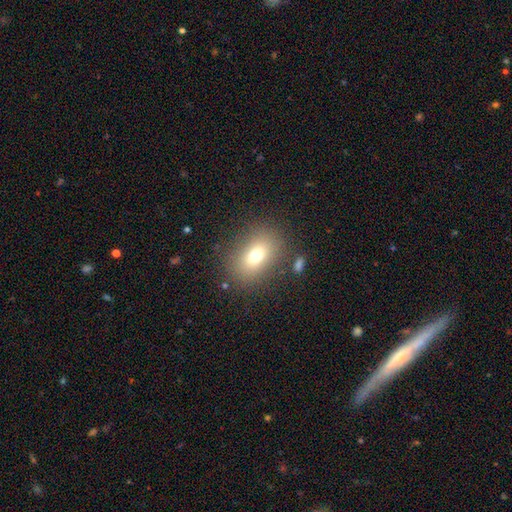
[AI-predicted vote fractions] A smooth galaxy with no disk features (73%) that is in between round and cigar-shaped (69%).

Vote fractions:
- Smooth or featured? smooth: 73% / featured or disk: 14% / star or artifact: 13%
- How rounded? in between: 69% / round: 29% / cigar-shaped: 2%
- Merging? none: 81% / minor disturbance: 10% / major disturbance: 5% / merger: 3%